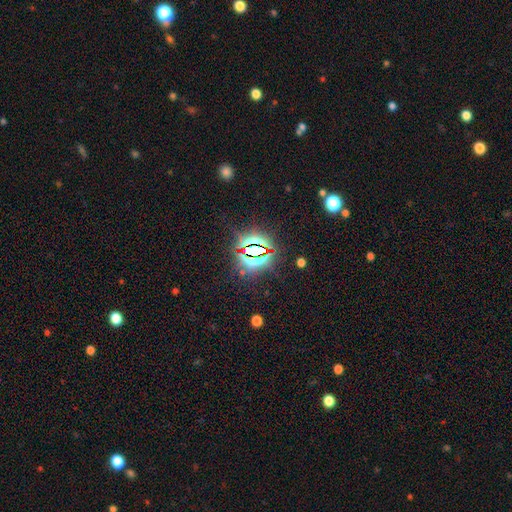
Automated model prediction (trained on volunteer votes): Overall: star or artifact (77%).